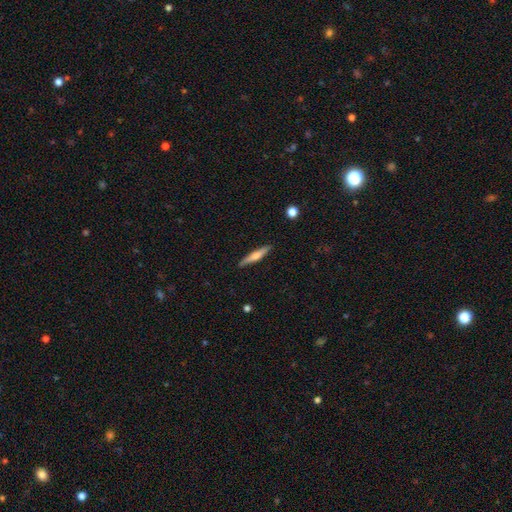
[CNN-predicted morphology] Smooth or featured?
  - smooth: 50% *
  - featured or disk: 44%
  - star or artifact: 6%
How rounded?
  - cigar-shaped: 90% *
  - in between: 8%
  - round: 2%
Merging?
  - none: 88% *
  - minor disturbance: 9%
  - major disturbance: 2%
  - merger: 1%